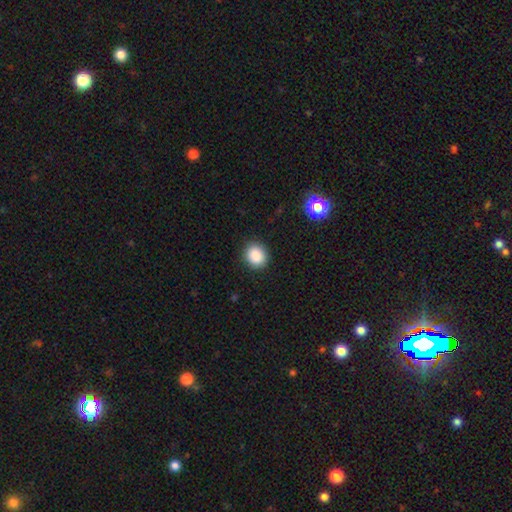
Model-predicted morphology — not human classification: Overall: smooth (87%). How rounded: round (73%). Merging: none (89%).